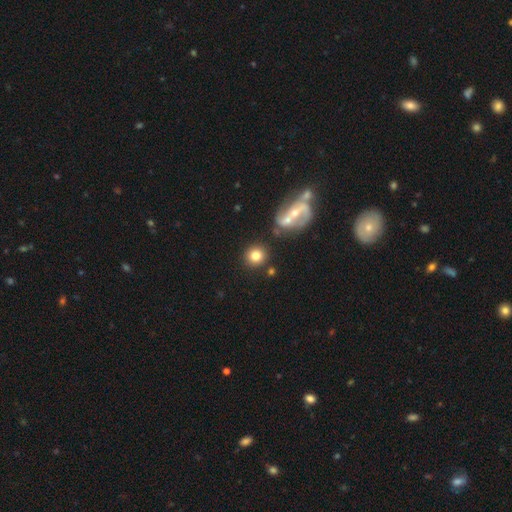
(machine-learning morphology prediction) smooth_or_featured: smooth (p=0.78) [alt: featured or disk p=0.12]
how_rounded: round (p=0.89) [alt: in between p=0.10]
merging: none (p=0.80) [alt: merger p=0.08]